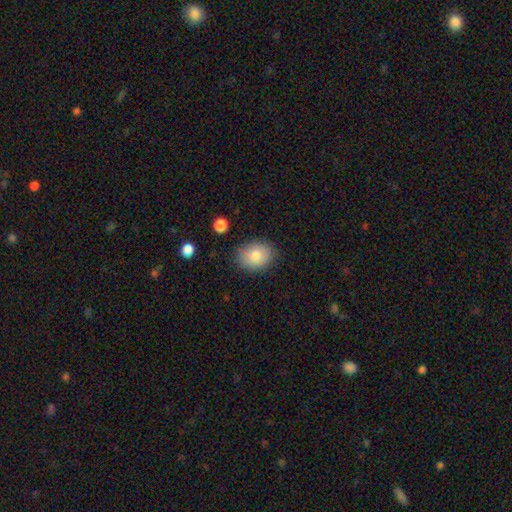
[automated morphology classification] Smooth or featured? smooth (82%)
How rounded? in between (64%)
Merging? none (83%)